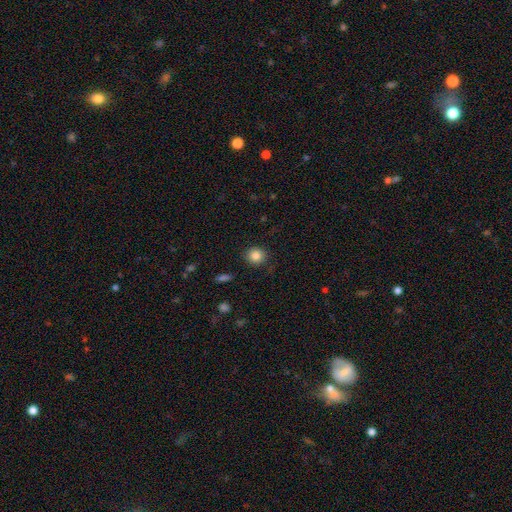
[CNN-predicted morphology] This appears to be a smooth galaxy with no disk features (84%) that is round (88%). Merging: none (89%).